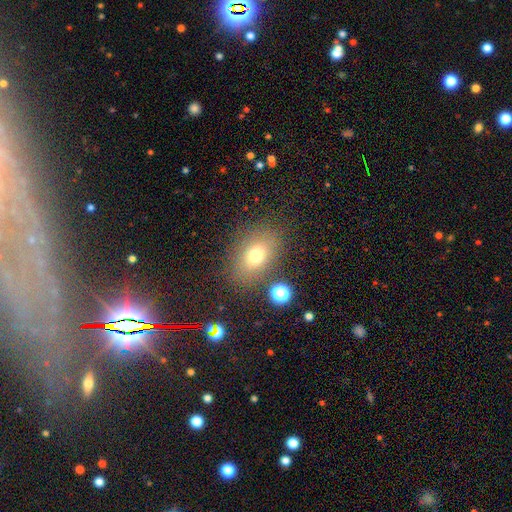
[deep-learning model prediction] Smooth or featured? Predicted: smooth (p=0.72). How rounded? Predicted: in between (p=0.75). Merging? Predicted: none (p=0.79).